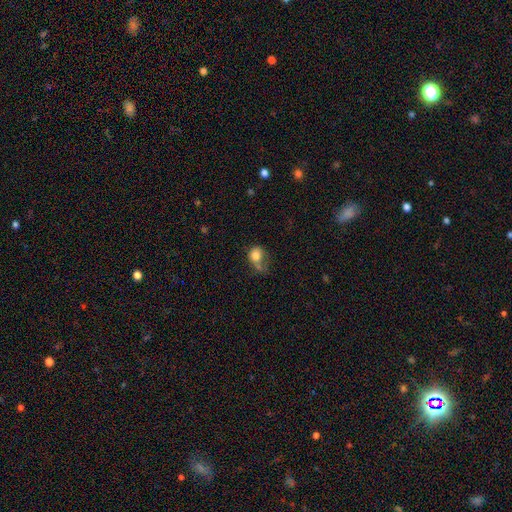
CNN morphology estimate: Smooth or featured? smooth (75%)
How rounded? round (58%)
Merging? major disturbance (32%)